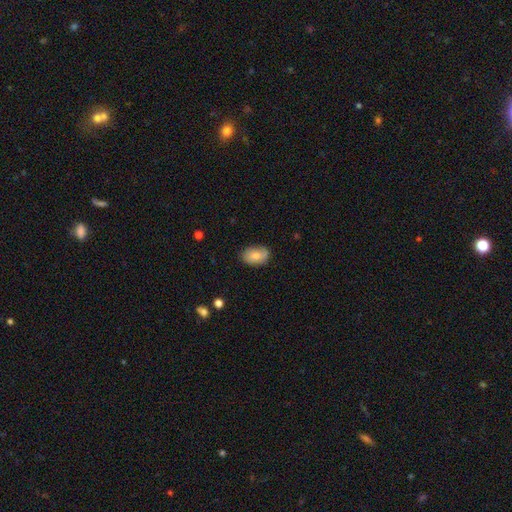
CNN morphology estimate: This appears to be a smooth galaxy with no disk features (78%) that is in between round and cigar-shaped (88%). Merging: none (76%).